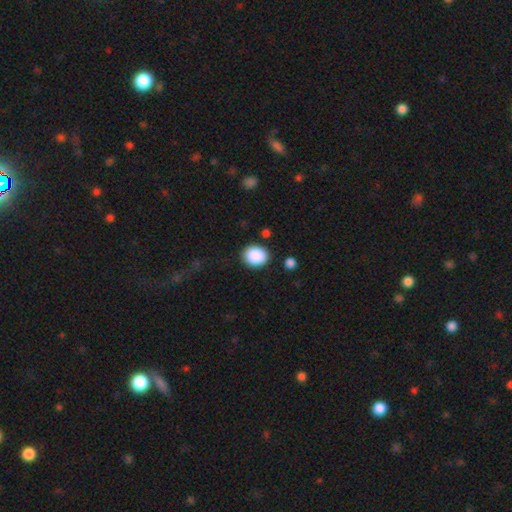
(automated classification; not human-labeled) Morphology: type=smooth (89%); roundness=round (62%); merging=none (86%).